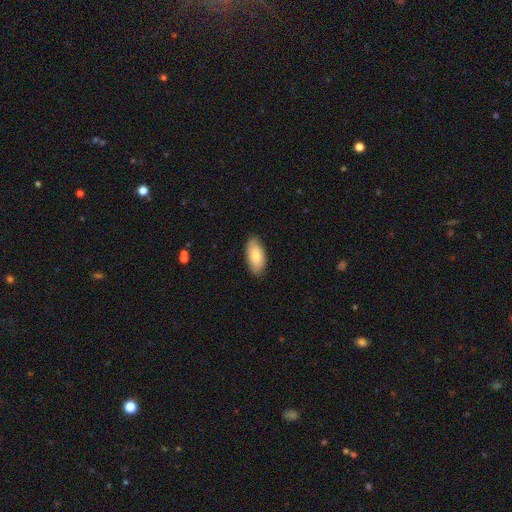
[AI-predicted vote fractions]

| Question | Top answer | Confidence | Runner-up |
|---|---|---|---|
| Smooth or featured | smooth | 84% | featured or disk (11%) |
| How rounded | in between | 93% | cigar-shaped (6%) |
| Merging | none | 85% | minor disturbance (12%) |